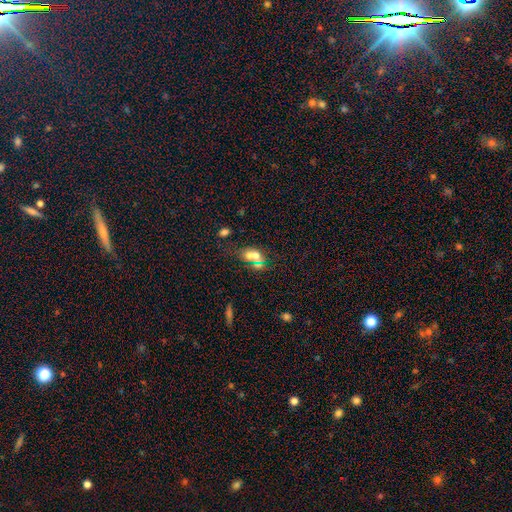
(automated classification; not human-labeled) This is possibly a smooth galaxy (57%). How rounded: possibly in between (57%). Merging: possibly merger (49%).